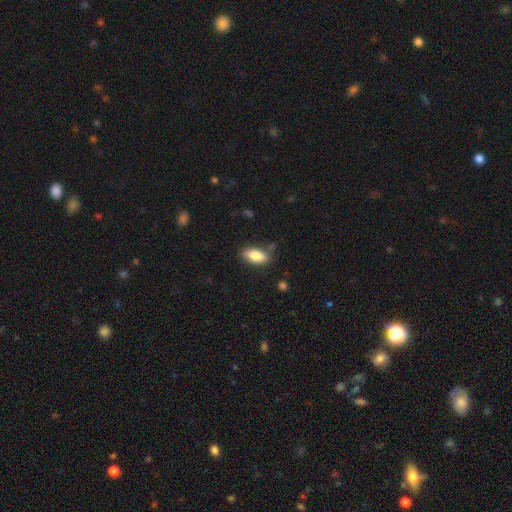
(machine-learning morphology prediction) Smooth or featured? smooth (83%)
How rounded? in between (86%)
Merging? none (80%)